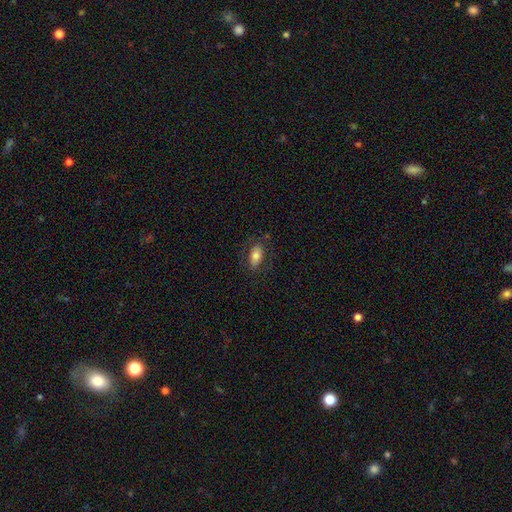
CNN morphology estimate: Smooth or featured? Predicted: smooth (p=0.75). How rounded? Predicted: in between (p=0.90). Merging? Predicted: none (p=0.77).